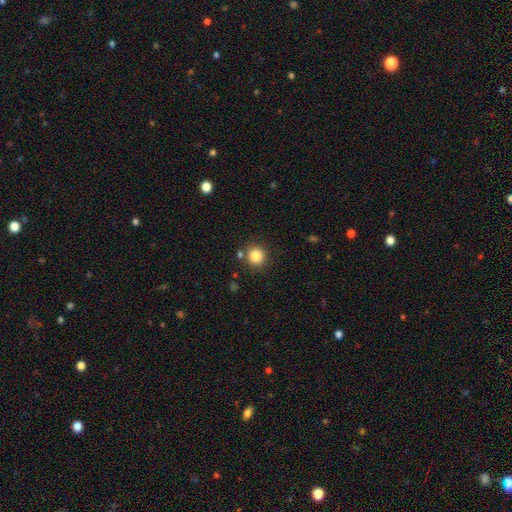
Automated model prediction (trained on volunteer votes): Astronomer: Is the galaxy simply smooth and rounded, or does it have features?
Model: smooth — 85%.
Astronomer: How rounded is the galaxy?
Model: round — 91%.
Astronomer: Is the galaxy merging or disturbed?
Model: none — 83%.